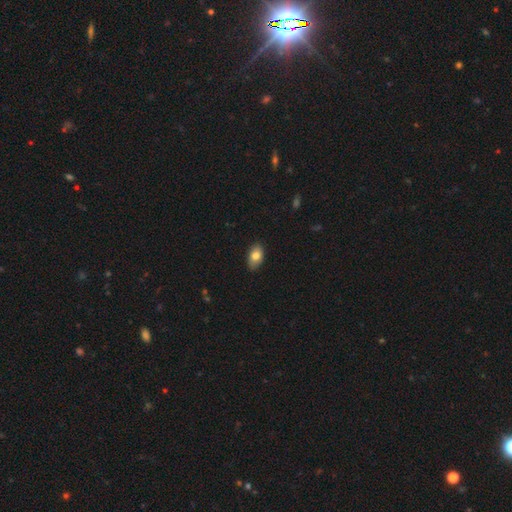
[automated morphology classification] This is clearly a smooth galaxy (81%). How rounded: clearly in between (91%). Merging: clearly none (85%).